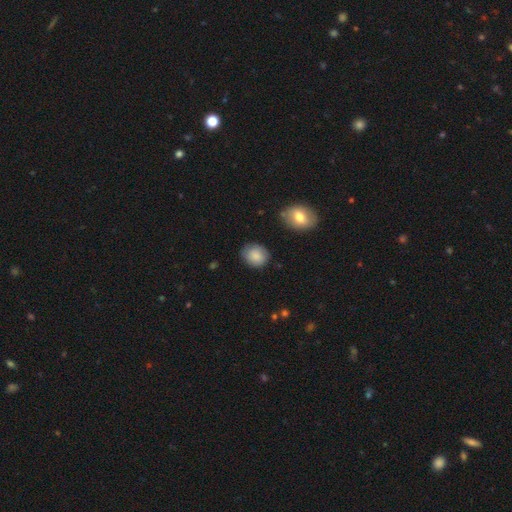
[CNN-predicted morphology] smooth_or_featured: smooth (p=0.84) [alt: featured or disk p=0.09]
how_rounded: round (p=0.63) [alt: in between p=0.36]
merging: none (p=0.79) [alt: minor disturbance p=0.16]